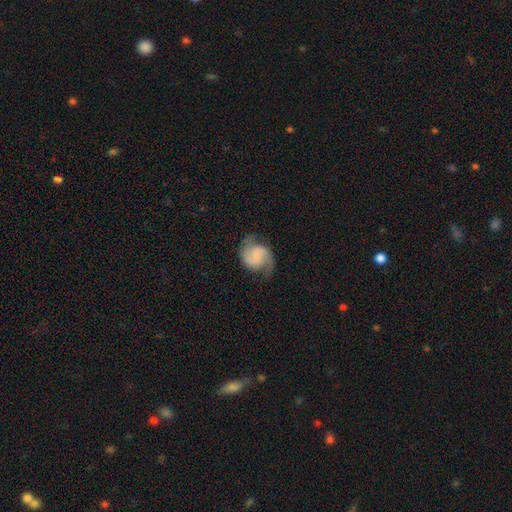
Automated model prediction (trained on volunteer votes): Q: Smooth or featured?
A: featured or disk (77%); runner-up: smooth (16%)
Q: Edge-on disk?
A: no (98%); runner-up: yes (2%)
Q: Bar?
A: weak (45%); runner-up: no (41%)
Q: Spiral arms?
A: yes (96%); runner-up: no (4%)
Q: Spiral winding?
A: medium (50%); runner-up: loose (33%)
Q: Spiral arm count?
A: 2 (91%); runner-up: can't tell (3%)
Q: Bulge size?
A: none (56%); runner-up: small (25%)
Q: Merging?
A: none (71%); runner-up: minor disturbance (18%)